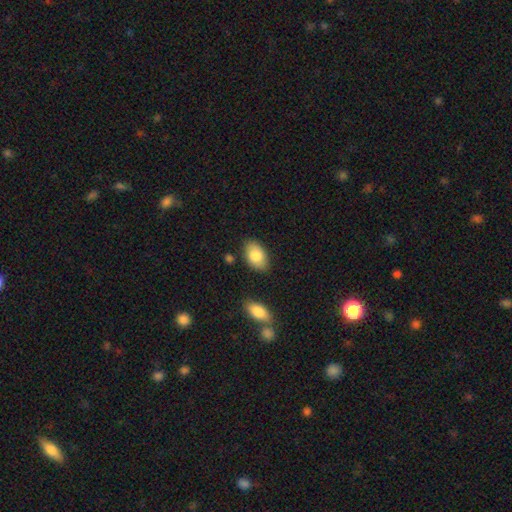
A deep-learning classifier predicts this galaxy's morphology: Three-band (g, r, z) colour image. It shows a smooth galaxy with no disk features (82%) that is in between round and cigar-shaped (92%). Merging: none (83%).